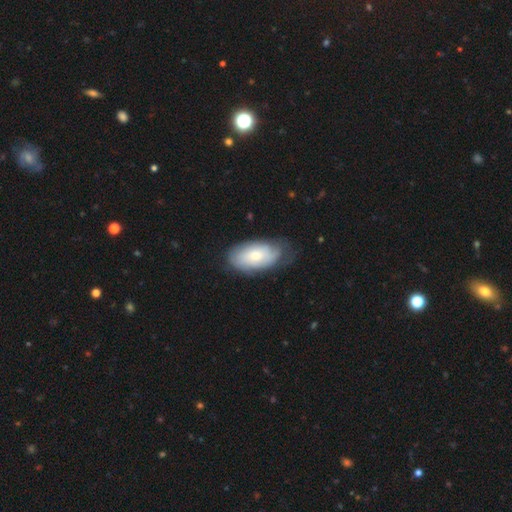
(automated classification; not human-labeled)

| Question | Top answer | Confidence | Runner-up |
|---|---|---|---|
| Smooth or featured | smooth | 58% | featured or disk (36%) |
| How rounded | in between | 93% | round (4%) |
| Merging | none | 61% | minor disturbance (29%) |